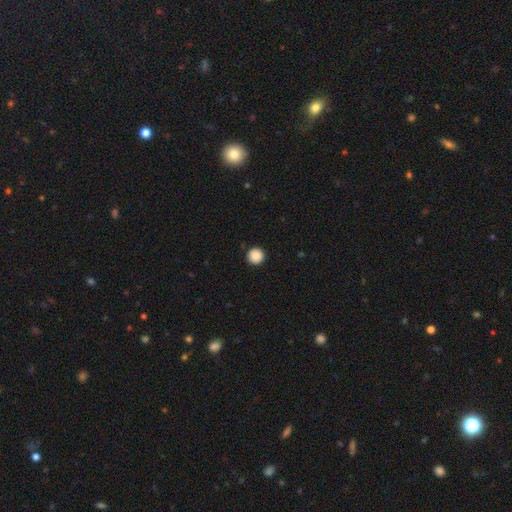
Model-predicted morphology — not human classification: Q: Smooth or featured?
A: smooth (88%); runner-up: star or artifact (9%)
Q: How rounded?
A: round (96%); runner-up: in between (3%)
Q: Merging?
A: none (93%); runner-up: minor disturbance (5%)